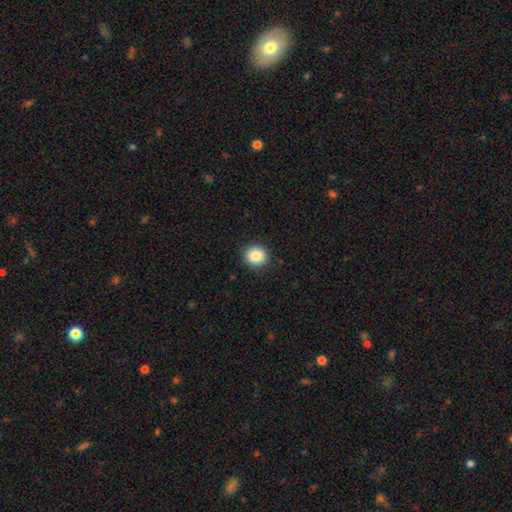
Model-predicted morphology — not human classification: smooth_or_featured: smooth (p=0.86) [alt: star or artifact p=0.09]
how_rounded: round (p=0.81) [alt: in between p=0.18]
merging: none (p=0.91) [alt: minor disturbance p=0.07]